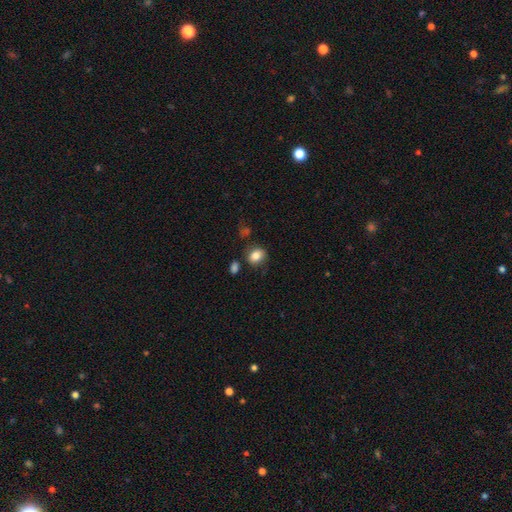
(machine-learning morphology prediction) Smooth or featured? smooth (83%)
How rounded? in between (50%)
Merging? none (76%)